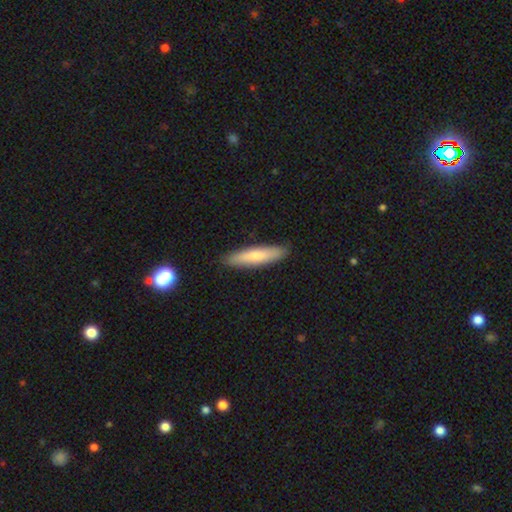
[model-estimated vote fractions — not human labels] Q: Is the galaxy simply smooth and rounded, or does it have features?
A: smooth — 71%.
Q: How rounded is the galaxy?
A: cigar-shaped — 82%.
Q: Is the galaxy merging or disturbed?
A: none — 89%.